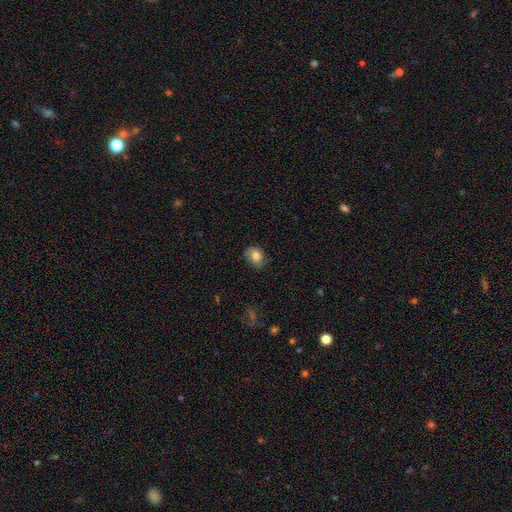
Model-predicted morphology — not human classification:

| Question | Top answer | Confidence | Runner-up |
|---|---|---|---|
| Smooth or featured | smooth | 78% | featured or disk (13%) |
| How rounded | in between | 59% | round (40%) |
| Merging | none | 61% | minor disturbance (29%) |